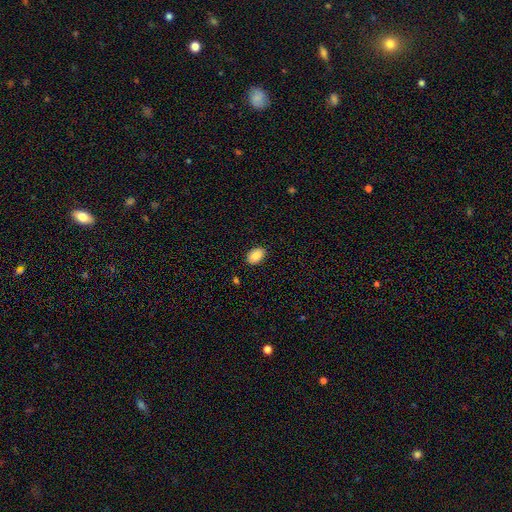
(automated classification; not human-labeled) Morphology: type=smooth (88%); roundness=in between (90%); merging=none (88%).